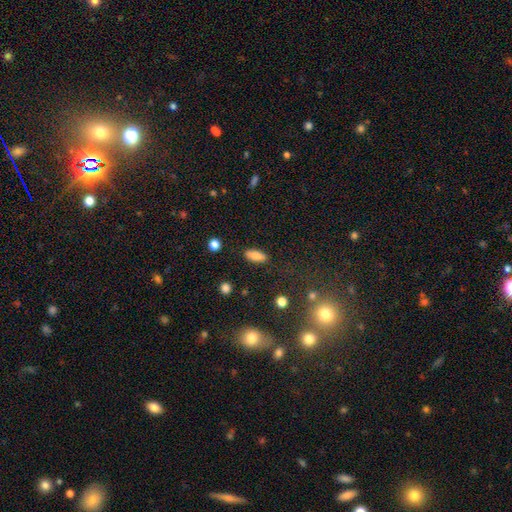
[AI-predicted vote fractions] This is clearly a smooth galaxy (82%). How rounded: likely in between (76%). Merging: clearly none (86%).